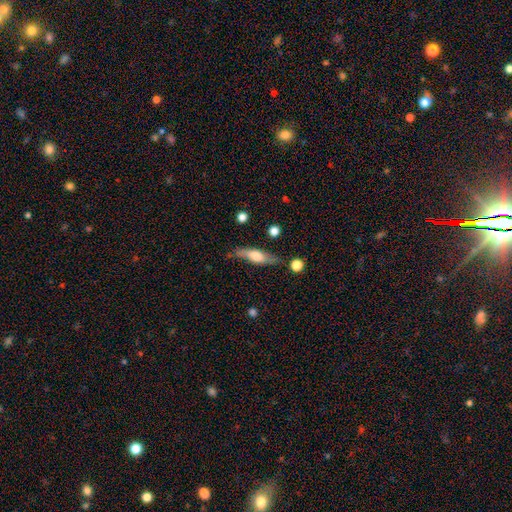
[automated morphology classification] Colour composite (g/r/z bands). It shows a smooth galaxy with no disk features (52%) that is cigar-shaped (61%). Merging: none (73%).